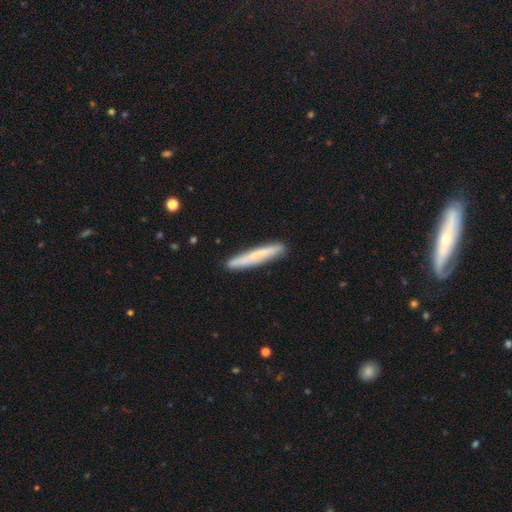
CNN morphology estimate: Overall: smooth (64%; featured or disk 30%). How rounded: cigar-shaped (96%). Merging: none (88%).